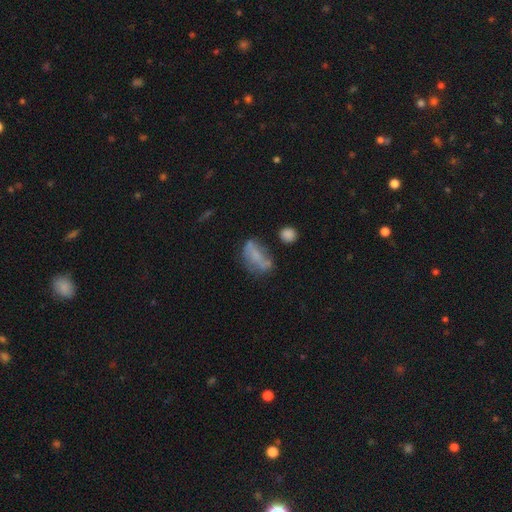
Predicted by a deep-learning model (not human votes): The model was most divided on "merging": none: 39%, minor disturbance: 26%, major disturbance: 22%, merger: 13%. Remaining: smooth or featured — smooth (50%).